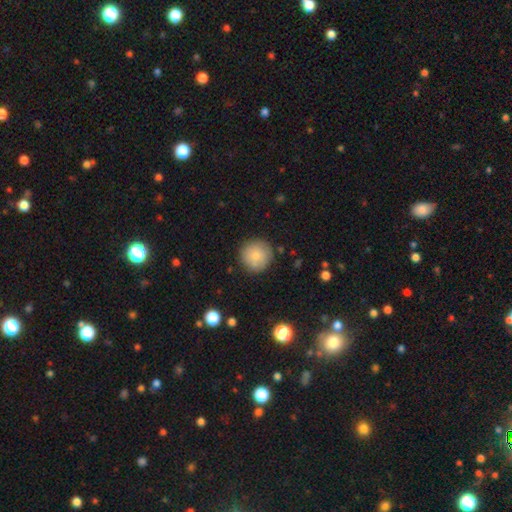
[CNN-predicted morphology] Smooth or featured? smooth (82%)
How rounded? round (95%)
Merging? none (83%)